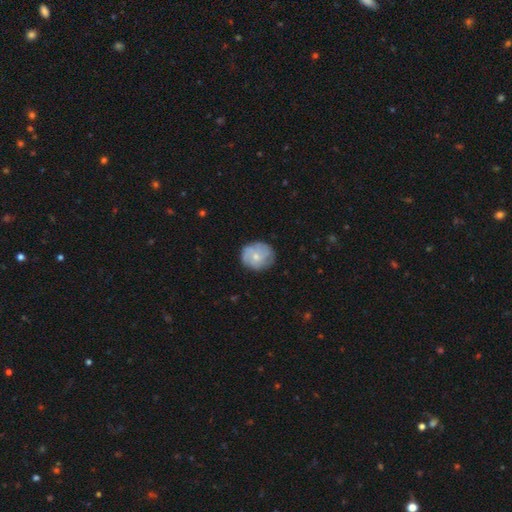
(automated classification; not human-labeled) Q: Smooth or featured?
A: featured or disk (47%); runner-up: smooth (46%)
Q: Merging?
A: none (75%); runner-up: minor disturbance (18%)